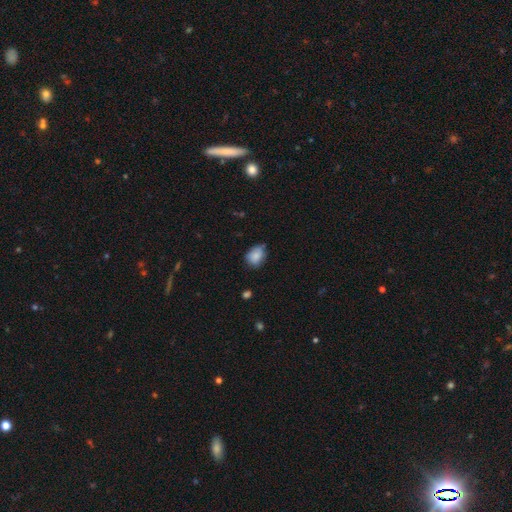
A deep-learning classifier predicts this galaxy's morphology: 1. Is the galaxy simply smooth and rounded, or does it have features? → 82% smooth, 9% featured or disk, 8% star or artifact.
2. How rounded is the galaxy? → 60% in between, 39% round, 1% cigar-shaped.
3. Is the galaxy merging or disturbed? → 61% none, 30% minor disturbance, 5% major disturbance, 3% merger.